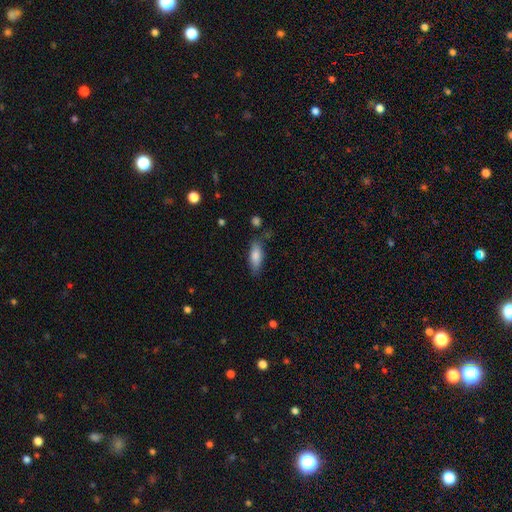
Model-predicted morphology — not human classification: type=smooth (79%); roundness=in between (66%); merging=none (75%).